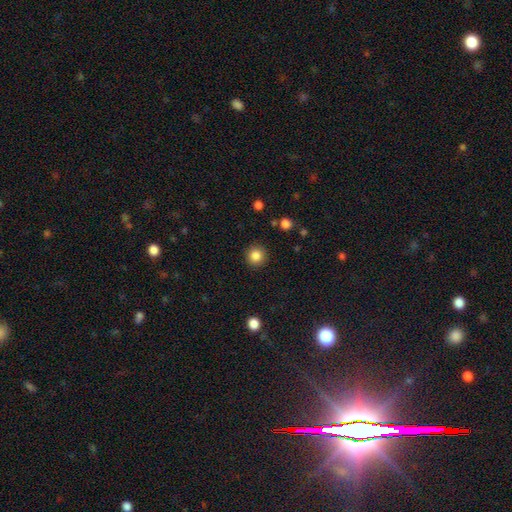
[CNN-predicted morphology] Smooth or featured: smooth — 86% (star or artifact — 10%)
How rounded: round — 94% (in between — 5%)
Merging: none — 91% (minor disturbance — 6%)